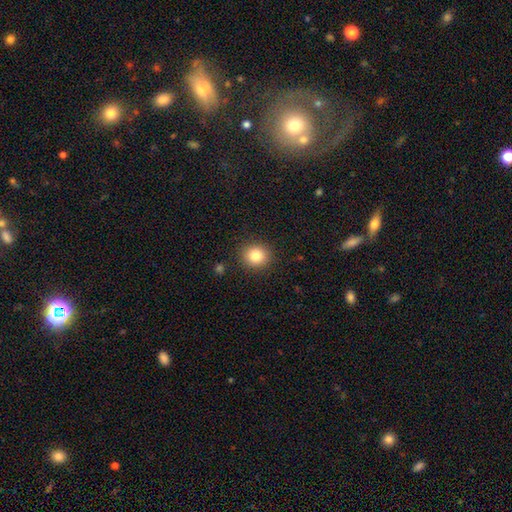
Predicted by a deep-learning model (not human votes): Morphology: type=smooth (82%); roundness=round (86%); merging=none (90%).